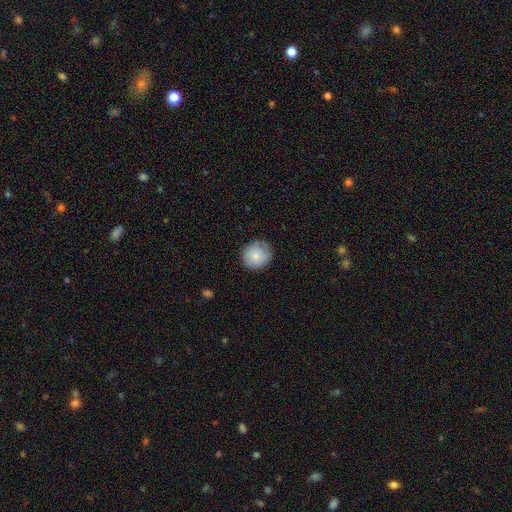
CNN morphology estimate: smooth-or-featured: smooth: 82% | featured or disk: 10% | star or artifact: 7%
  how-rounded: round: 89% | in between: 10% | cigar-shaped: 1%
  merging: none: 83% | minor disturbance: 13% | major disturbance: 3% | merger: 1%